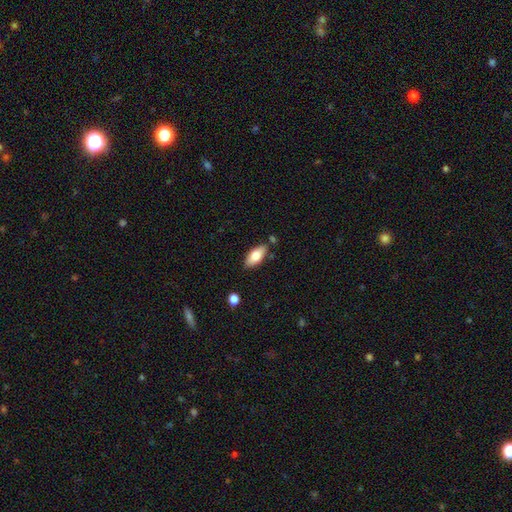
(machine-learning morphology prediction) A smooth galaxy with no disk features (77%) that is in between round and cigar-shaped (87%).

Vote fractions:
- Smooth or featured? smooth: 77% / featured or disk: 17% / star or artifact: 7%
- How rounded? in between: 87% / cigar-shaped: 11% / round: 2%
- Merging? none: 81% / minor disturbance: 12% / merger: 4% / major disturbance: 2%